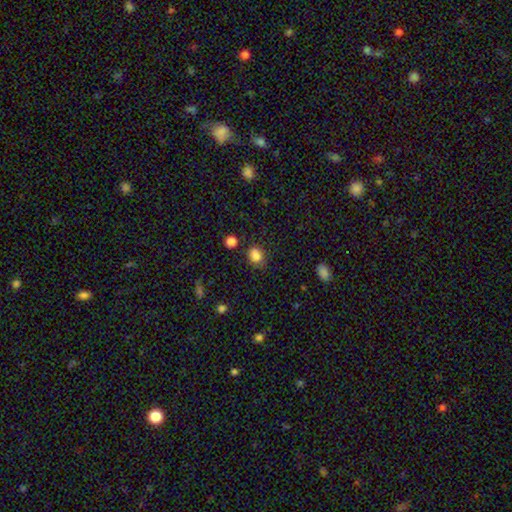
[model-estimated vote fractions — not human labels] smooth_or_featured: smooth (p=0.84) [alt: star or artifact p=0.12]
how_rounded: in between (p=0.56) [alt: round p=0.43]
merging: none (p=0.71) [alt: minor disturbance p=0.20]